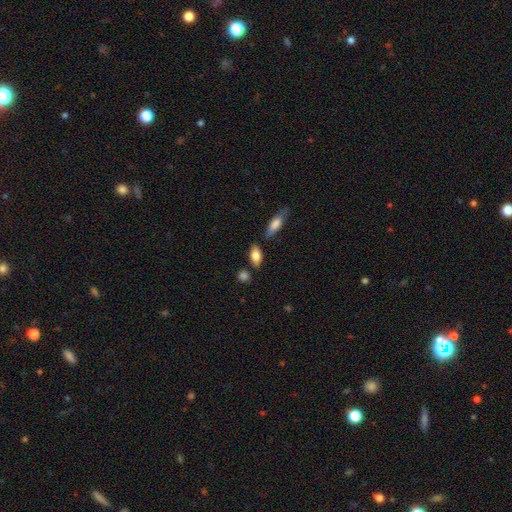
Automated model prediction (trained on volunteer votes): A smooth galaxy with no disk features (79%) that is in between round and cigar-shaped (82%). Merging: none (75%).